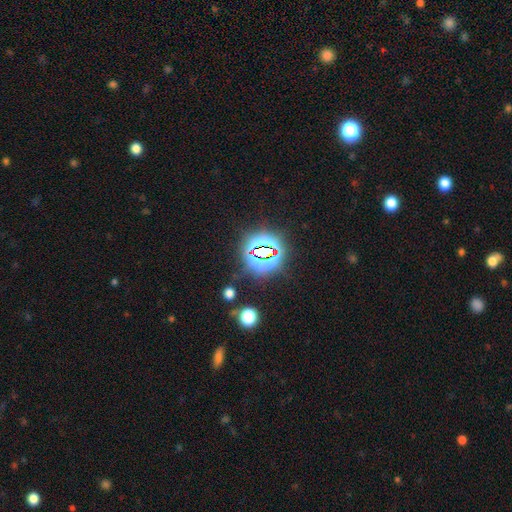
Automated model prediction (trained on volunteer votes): Smooth or featured: star or artifact — 78% (smooth — 14%)